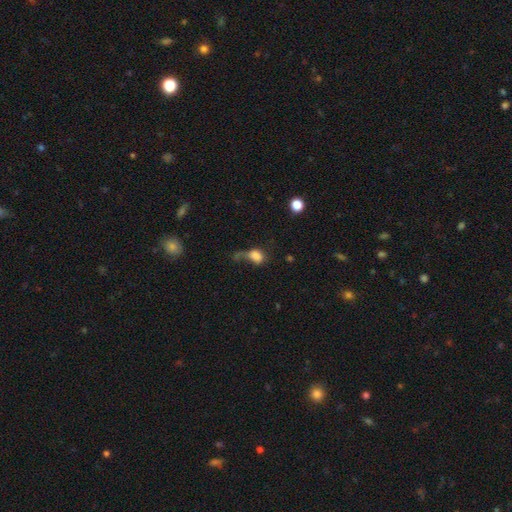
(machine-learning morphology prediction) Smooth or featured?
  - smooth: 75% *
  - featured or disk: 14%
  - star or artifact: 11%
How rounded?
  - in between: 71% *
  - round: 27%
  - cigar-shaped: 2%
Merging?
  - major disturbance: 47% *
  - none: 22%
  - minor disturbance: 20%
  - merger: 11%